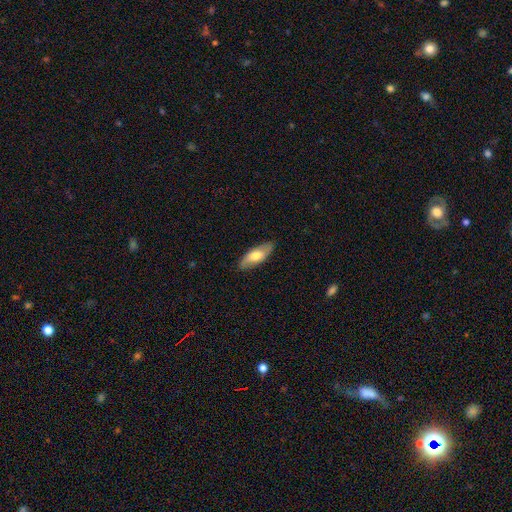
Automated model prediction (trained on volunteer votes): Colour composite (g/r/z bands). It shows a smooth galaxy with no disk features (60%) that is in between round and cigar-shaped (71%). Merging: none (84%).